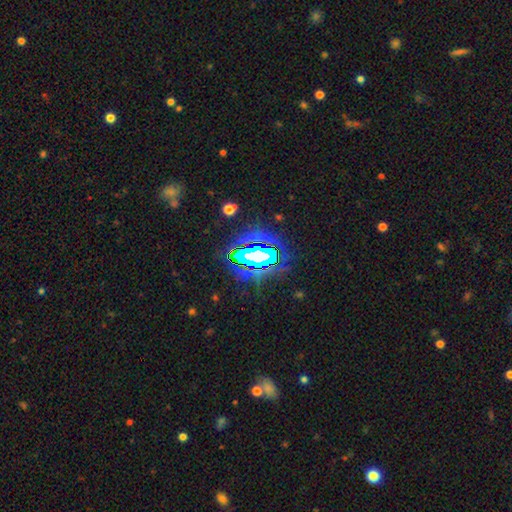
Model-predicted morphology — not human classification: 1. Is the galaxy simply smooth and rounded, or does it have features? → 68% star or artifact, 17% featured or disk, 16% smooth.